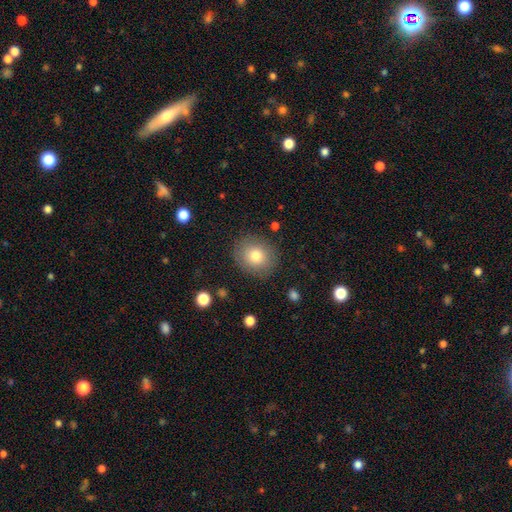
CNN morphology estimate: This is likely a smooth galaxy (78%). How rounded: likely round (74%). Merging: clearly none (86%).